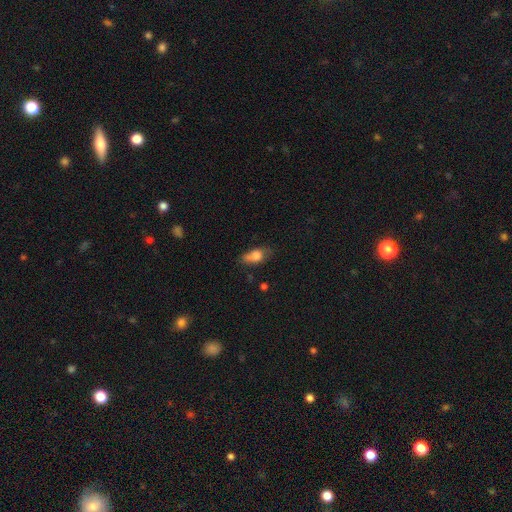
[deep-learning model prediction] Smooth or featured? smooth (73%)
How rounded? in between (79%)
Merging? none (51%)